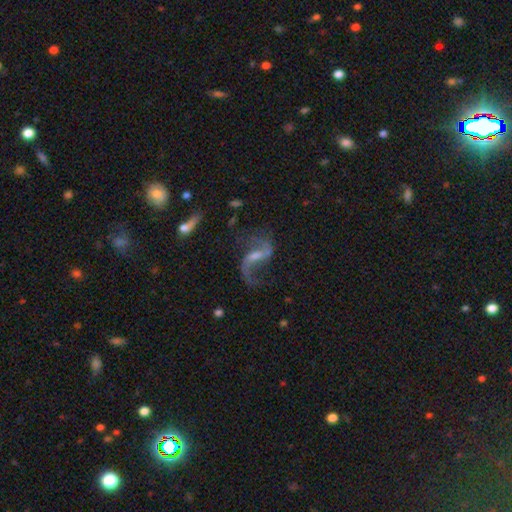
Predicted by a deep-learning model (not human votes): Smooth or featured: featured or disk — 88% (star or artifact — 7%)
Edge-on disk: no — 97% (yes — 3%)
Bar: weak — 49% (strong — 28%)
Spiral arms: yes — 95% (no — 5%)
Spiral winding: loose — 83% (medium — 14%)
Spiral arm count: 2 — 89% (1 — 6%)
Bulge size: small — 51% (moderate — 29%)
Merging: none — 63% (major disturbance — 17%)